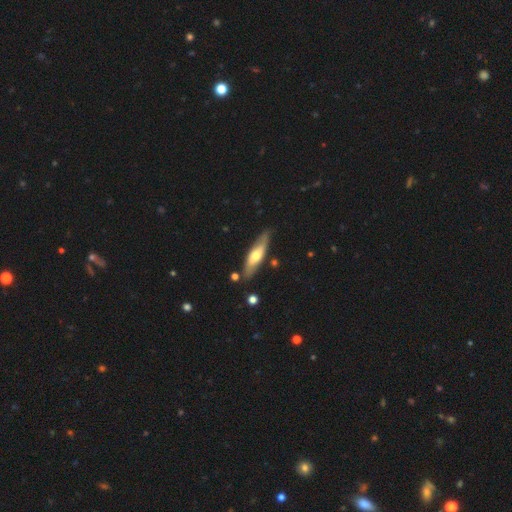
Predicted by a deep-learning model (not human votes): smooth 48%, featured or disk 47%, star or artifact 5%. Down the decision tree: merging — none (80%).